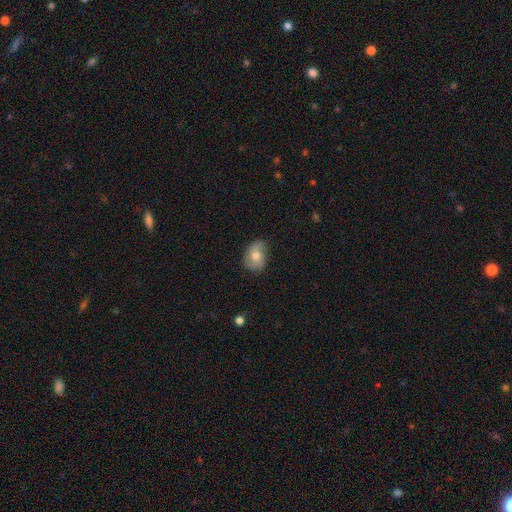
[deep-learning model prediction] Smooth or featured?
  - smooth: 59% *
  - featured or disk: 33%
  - star or artifact: 8%
How rounded?
  - in between: 65% *
  - round: 34%
  - cigar-shaped: 1%
Merging?
  - none: 67% *
  - minor disturbance: 25%
  - major disturbance: 6%
  - merger: 1%